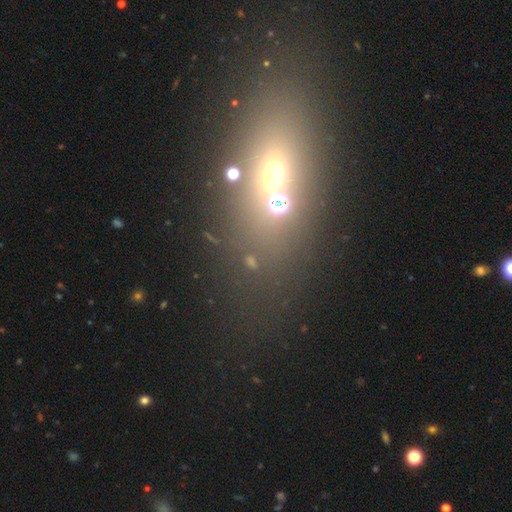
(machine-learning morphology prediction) A smooth galaxy with no disk features (41%).

Vote fractions:
- Smooth or featured? smooth: 41% / star or artifact: 36% / featured or disk: 23%
- Merging? none: 52% / merger: 33% / minor disturbance: 9% / major disturbance: 6%